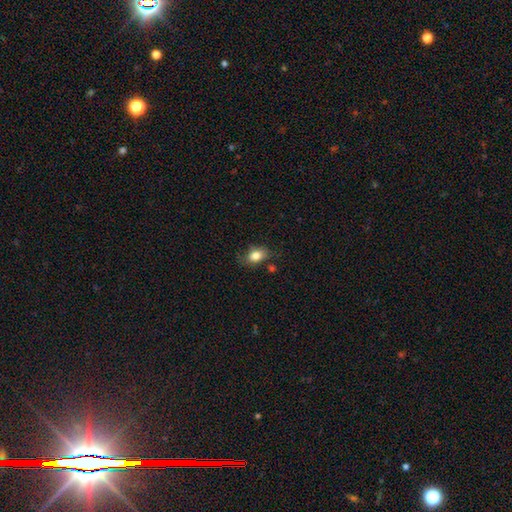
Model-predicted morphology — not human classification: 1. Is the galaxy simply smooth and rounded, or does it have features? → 82% smooth, 10% featured or disk, 9% star or artifact.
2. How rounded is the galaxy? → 78% in between, 20% round, 2% cigar-shaped.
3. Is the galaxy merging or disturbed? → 69% none, 21% minor disturbance, 5% major disturbance, 4% merger.